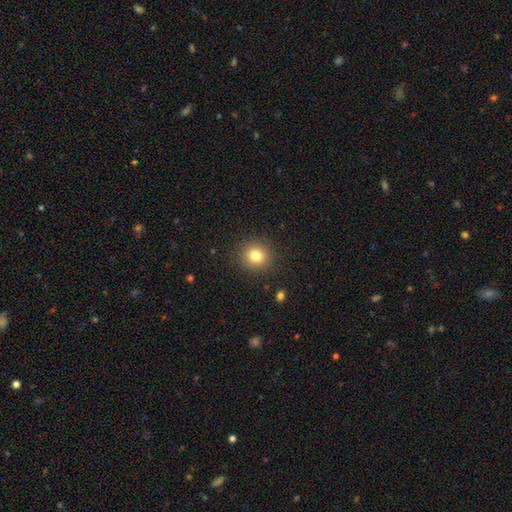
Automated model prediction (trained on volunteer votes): Q: Smooth or featured?
A: smooth (81%); runner-up: star or artifact (12%)
Q: How rounded?
A: round (89%); runner-up: in between (10%)
Q: Merging?
A: none (90%); runner-up: minor disturbance (7%)